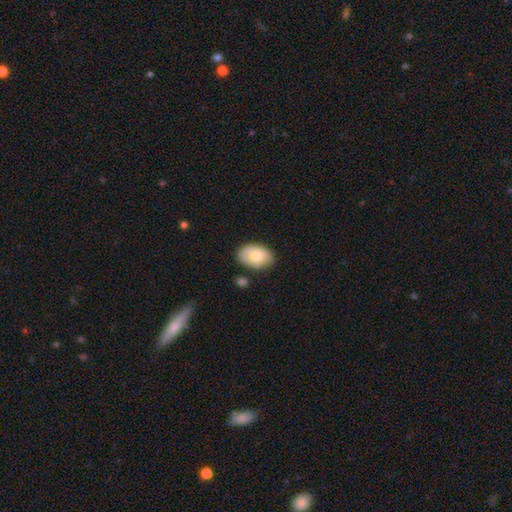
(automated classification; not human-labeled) This appears to be a smooth galaxy with no disk features (75%) that is in between round and cigar-shaped (88%). Merging: none (71%).